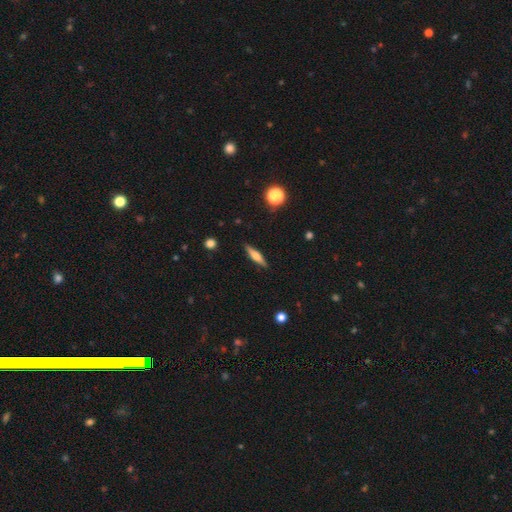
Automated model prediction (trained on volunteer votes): Smooth or featured: smooth — 47% (featured or disk — 46%)
Merging: none — 89% (minor disturbance — 8%)